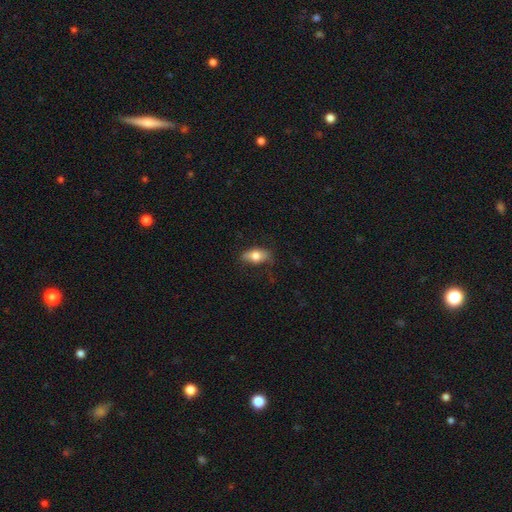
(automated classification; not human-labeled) A smooth galaxy with no disk features (71%) that is in between round and cigar-shaped (85%).

Vote fractions:
- Smooth or featured? smooth: 71% / featured or disk: 22% / star or artifact: 7%
- How rounded? in between: 85% / cigar-shaped: 8% / round: 7%
- Merging? none: 70% / minor disturbance: 22% / major disturbance: 7% / merger: 1%